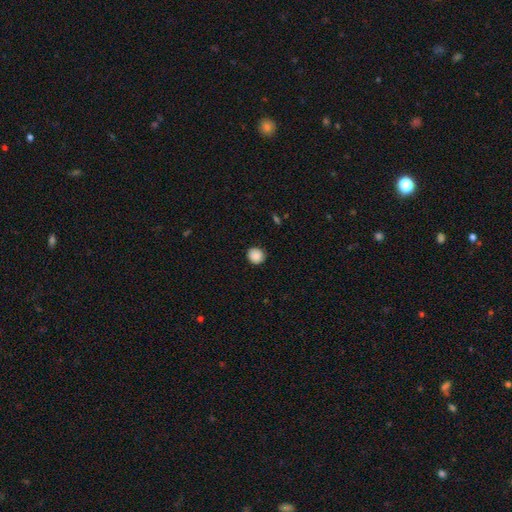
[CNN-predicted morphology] Smooth or featured?
  - smooth: 88% *
  - star or artifact: 9%
  - featured or disk: 3%
How rounded?
  - round: 87% *
  - in between: 12%
  - cigar-shaped: 1%
Merging?
  - none: 87% *
  - minor disturbance: 10%
  - major disturbance: 2%
  - merger: 1%